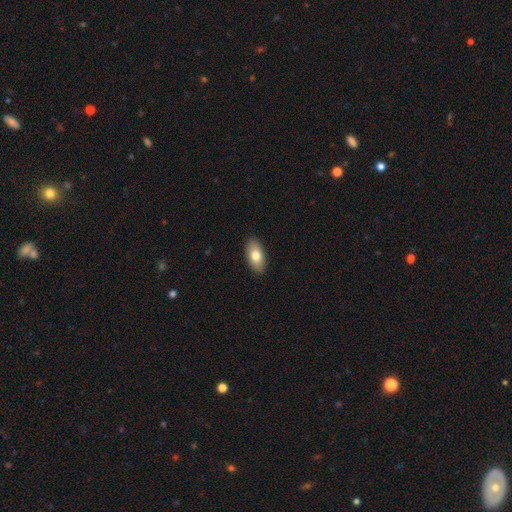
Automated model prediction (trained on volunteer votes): The model was most divided on "smooth or featured": smooth: 78%, featured or disk: 16%, star or artifact: 6%. More confident: how rounded — in between (92%); merging — none (90%).